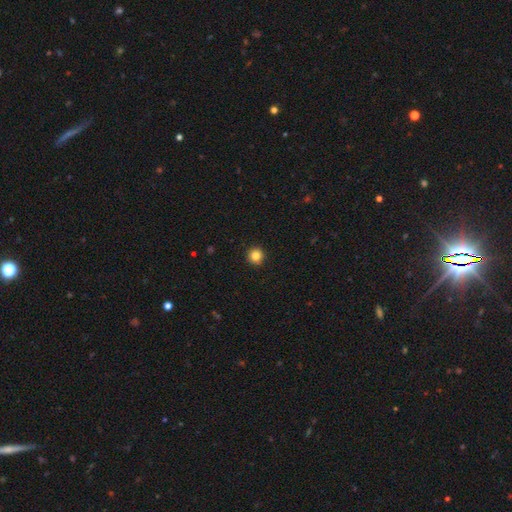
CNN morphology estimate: A smooth galaxy with no disk features (84%) that is round (96%).

Vote fractions:
- Smooth or featured? smooth: 84% / star or artifact: 11% / featured or disk: 5%
- How rounded? round: 96% / in between: 3% / cigar-shaped: 1%
- Merging? none: 93% / minor disturbance: 4% / major disturbance: 1% / merger: 1%